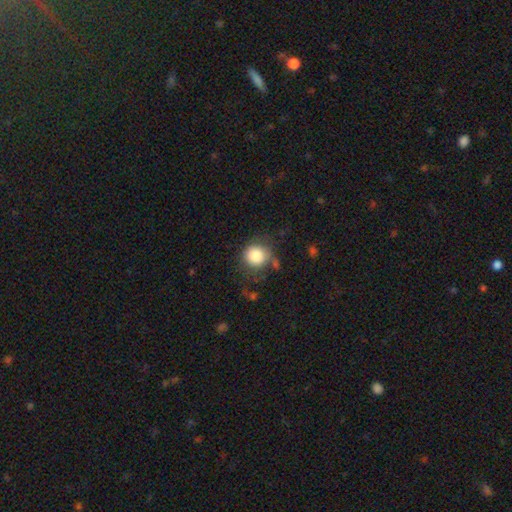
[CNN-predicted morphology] This appears to be a smooth galaxy with no disk features (84%) that is round (89%). Merging: none (67%).